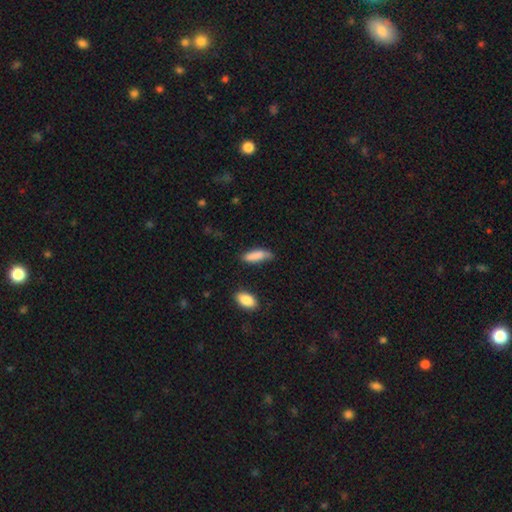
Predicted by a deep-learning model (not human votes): smooth-or-featured: smooth: 84% | featured or disk: 9% | star or artifact: 7%
  how-rounded: cigar-shaped: 52% | in between: 46% | round: 2%
  merging: none: 64% | minor disturbance: 27% | major disturbance: 6% | merger: 3%